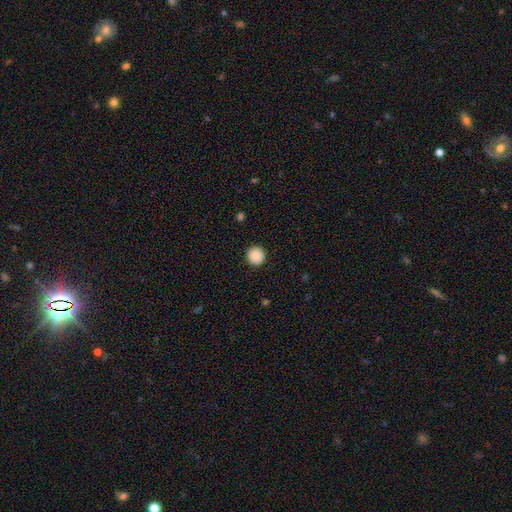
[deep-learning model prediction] Q: Smooth or featured?
A: smooth (89%); runner-up: star or artifact (8%)
Q: How rounded?
A: round (94%); runner-up: in between (5%)
Q: Merging?
A: none (92%); runner-up: minor disturbance (5%)